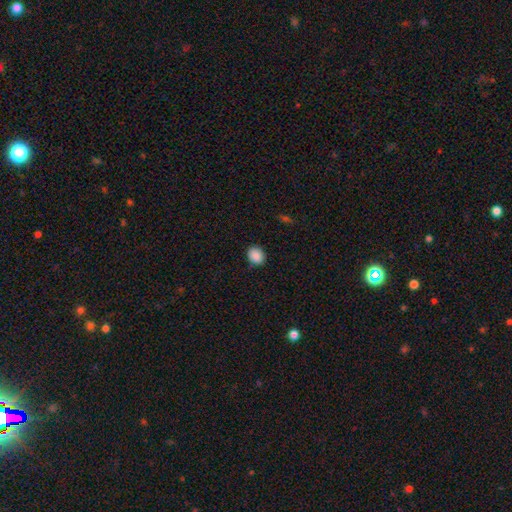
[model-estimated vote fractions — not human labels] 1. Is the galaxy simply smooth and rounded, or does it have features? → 89% smooth, 8% star or artifact, 3% featured or disk.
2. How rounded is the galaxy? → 58% round, 41% in between, 1% cigar-shaped.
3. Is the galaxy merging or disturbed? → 86% none, 11% minor disturbance, 2% major disturbance, 1% merger.